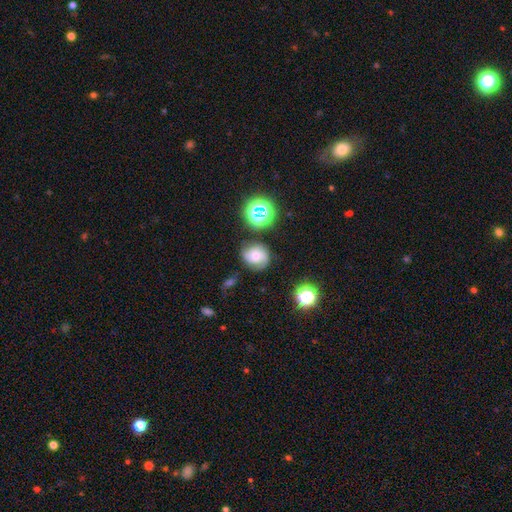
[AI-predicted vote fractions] Smooth or featured?
  - featured or disk: 50% *
  - smooth: 34%
  - star or artifact: 15%
Edge-on disk?
  - no: 97% *
  - yes: 3%
Merging?
  - none: 66% *
  - minor disturbance: 22%
  - major disturbance: 9%
  - merger: 4%